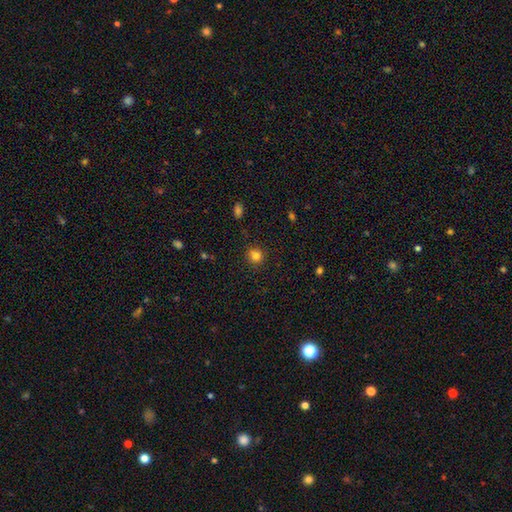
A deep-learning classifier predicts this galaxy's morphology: A smooth galaxy with no disk features (80%) that is round (89%).

Vote fractions:
- Smooth or featured? smooth: 80% / star or artifact: 14% / featured or disk: 6%
- How rounded? round: 89% / in between: 11% / cigar-shaped: 1%
- Merging? none: 82% / minor disturbance: 11% / merger: 4% / major disturbance: 3%